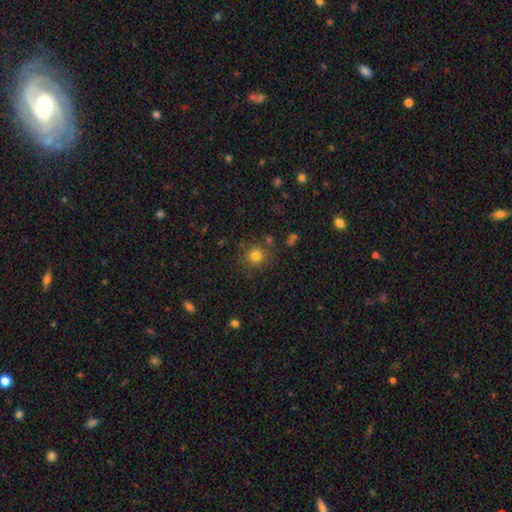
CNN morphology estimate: Smooth or featured: smooth — 80% (star or artifact — 14%)
How rounded: round — 91% (in between — 8%)
Merging: none — 82% (minor disturbance — 10%)